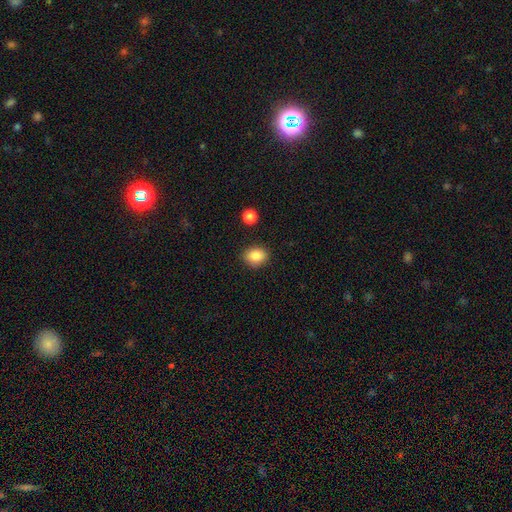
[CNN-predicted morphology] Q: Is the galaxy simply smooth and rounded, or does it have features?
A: smooth — 86%.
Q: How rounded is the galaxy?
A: in between — 50%.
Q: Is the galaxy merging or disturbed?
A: none — 86%.